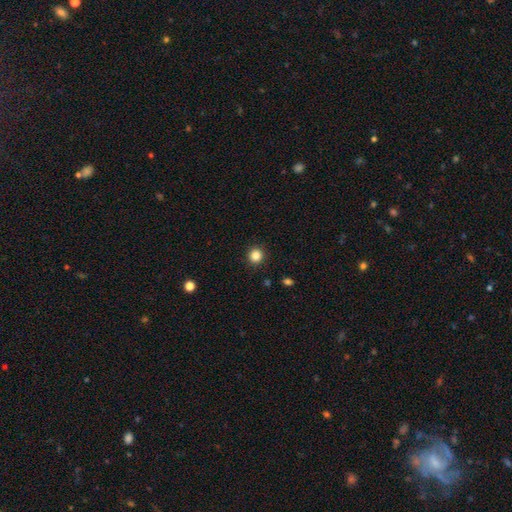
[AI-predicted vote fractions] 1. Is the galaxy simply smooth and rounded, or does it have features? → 85% smooth, 11% star or artifact, 4% featured or disk.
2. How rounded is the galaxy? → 92% round, 7% in between, 1% cigar-shaped.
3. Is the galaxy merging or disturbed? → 92% none, 6% minor disturbance, 2% major disturbance, 1% merger.